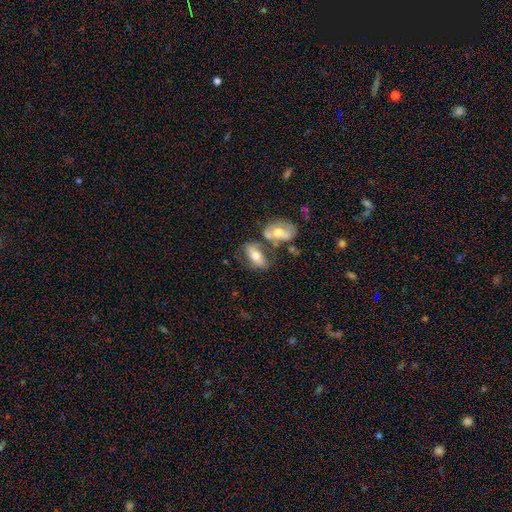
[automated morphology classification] Smooth or featured: smooth — 60% (featured or disk — 33%)
How rounded: in between — 86% (cigar-shaped — 10%)
Merging: none — 43% (merger — 33%)